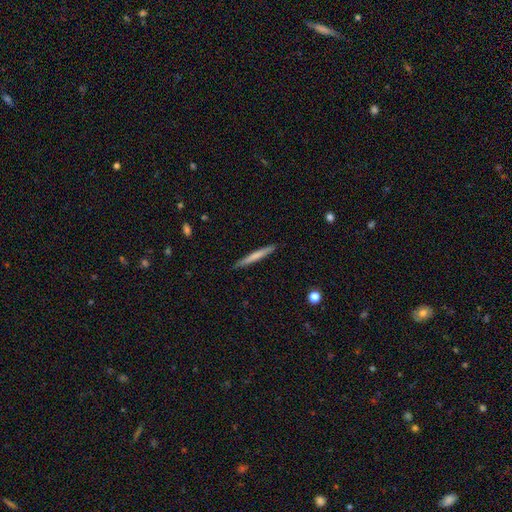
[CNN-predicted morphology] Overall: smooth (64%; featured or disk 31%). How rounded: cigar-shaped (97%). Merging: none (90%).